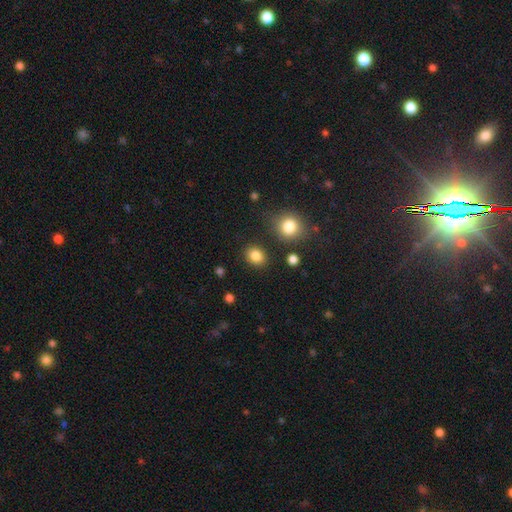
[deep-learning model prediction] This appears to be a smooth galaxy with no disk features (84%) that is round (55%). Merging: none (85%).